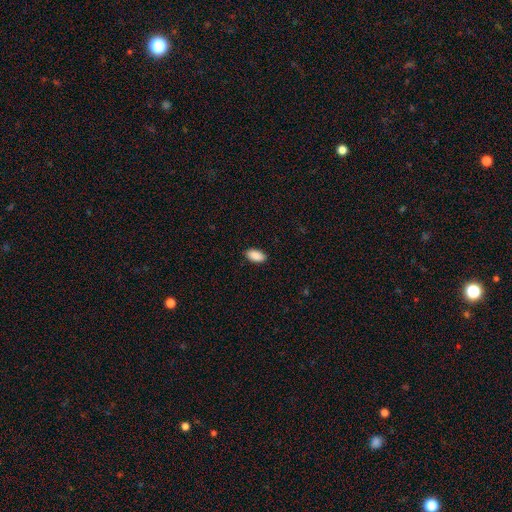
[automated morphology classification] Smooth or featured: smooth — 91% (star or artifact — 7%)
How rounded: in between — 95% (round — 3%)
Merging: none — 88% (minor disturbance — 9%)